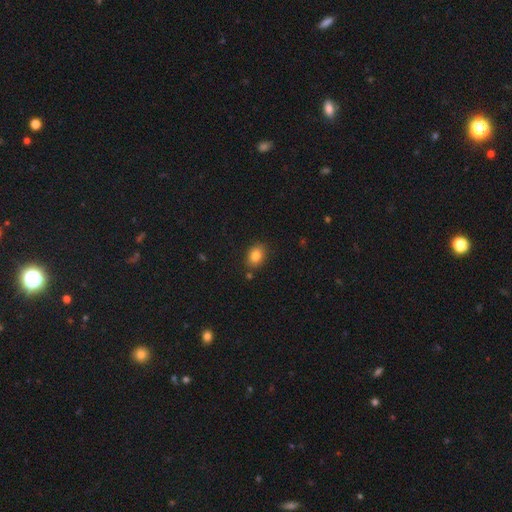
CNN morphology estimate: Smooth or featured: smooth — 83% (star or artifact — 10%)
How rounded: in between — 66% (round — 33%)
Merging: none — 82% (minor disturbance — 12%)